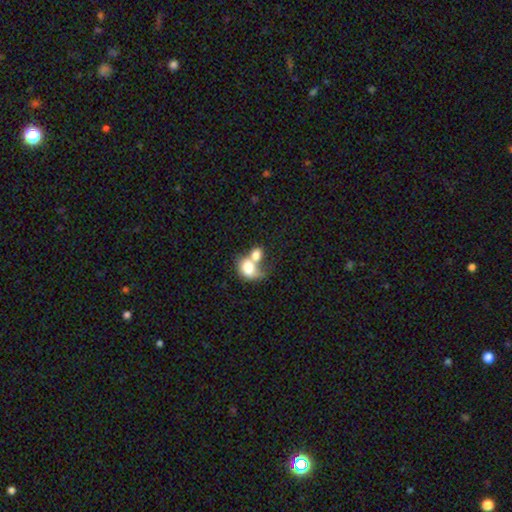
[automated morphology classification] Smooth or featured? smooth (72%)
How rounded? in between (56%)
Merging? merger (72%)